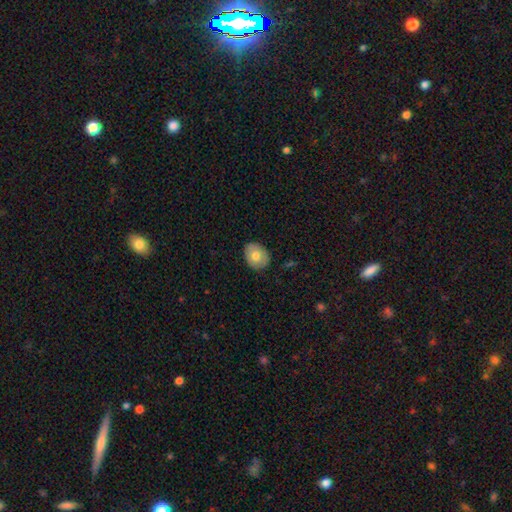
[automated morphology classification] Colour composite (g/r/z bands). It shows a smooth galaxy with no disk features (74%) that is in between round and cigar-shaped (56%). Merging: none (84%).